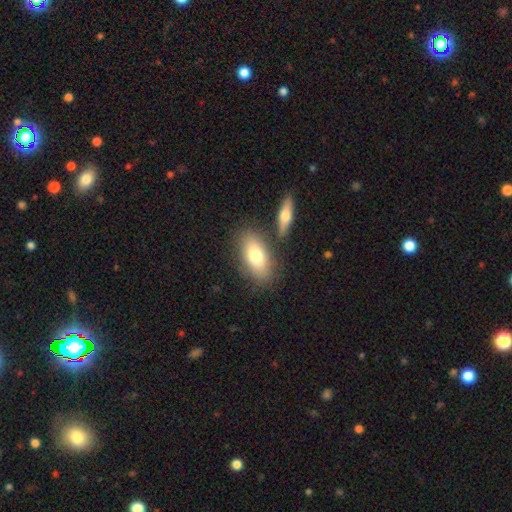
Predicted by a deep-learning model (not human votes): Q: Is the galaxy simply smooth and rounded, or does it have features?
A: smooth — 76%.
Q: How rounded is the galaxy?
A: in between — 88%.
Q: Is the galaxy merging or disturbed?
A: none — 75%.